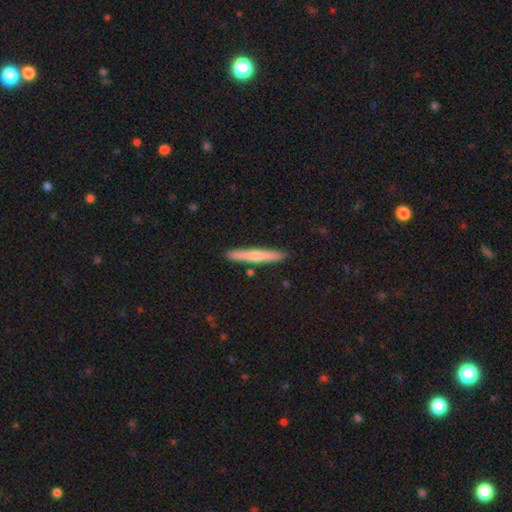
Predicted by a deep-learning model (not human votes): Overall: smooth (57%; featured or disk 38%). How rounded: cigar-shaped (95%). Merging: none (89%).